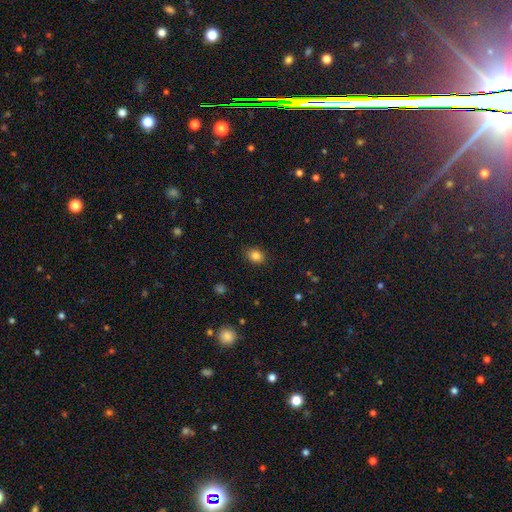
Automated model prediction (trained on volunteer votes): The model was most divided on "how rounded": round: 53%, in between: 46%, cigar-shaped: 1%. More confident: merging — none (88%); smooth or featured — smooth (84%).